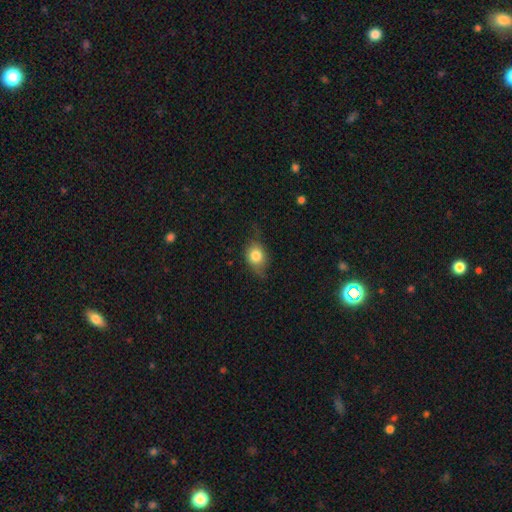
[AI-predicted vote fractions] Smooth or featured? Predicted: smooth (p=0.75). How rounded? Predicted: in between (p=0.52). Merging? Predicted: none (p=0.58).